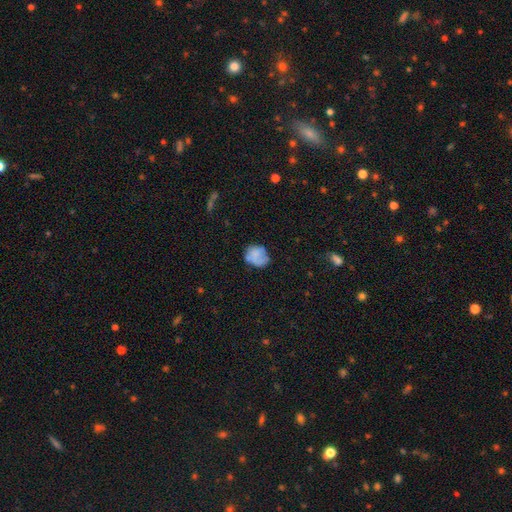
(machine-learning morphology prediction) The model was most divided on "merging": none: 56%, minor disturbance: 29%, major disturbance: 12%, merger: 3%. More confident: smooth or featured — smooth (69%); how rounded — round (64%).